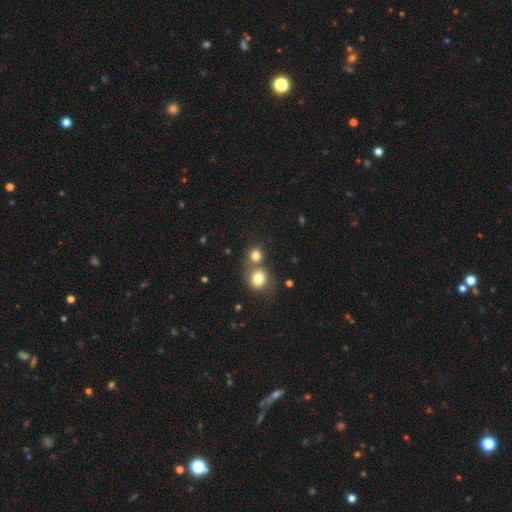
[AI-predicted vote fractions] Smooth or featured? Predicted: smooth (p=0.79). How rounded? Predicted: round (p=0.81). Merging? Predicted: none (p=0.45).